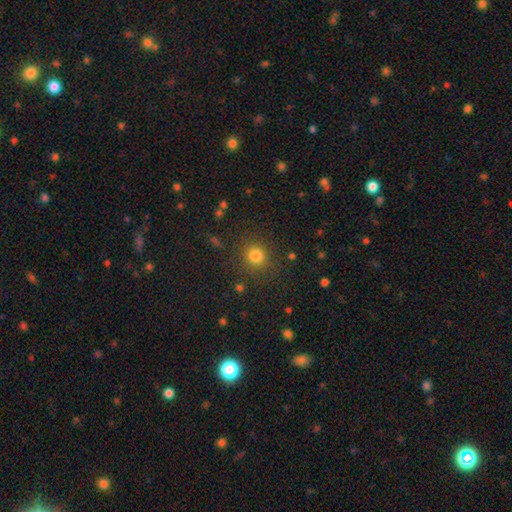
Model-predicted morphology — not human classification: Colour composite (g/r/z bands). It shows a smooth galaxy with no disk features (80%) that is round (90%). Merging: none (86%).